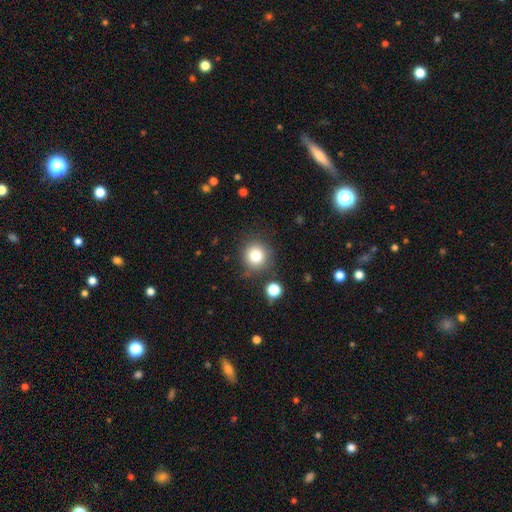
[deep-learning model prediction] This appears to be a smooth galaxy with no disk features (80%) that is round (92%). Merging: none (80%).